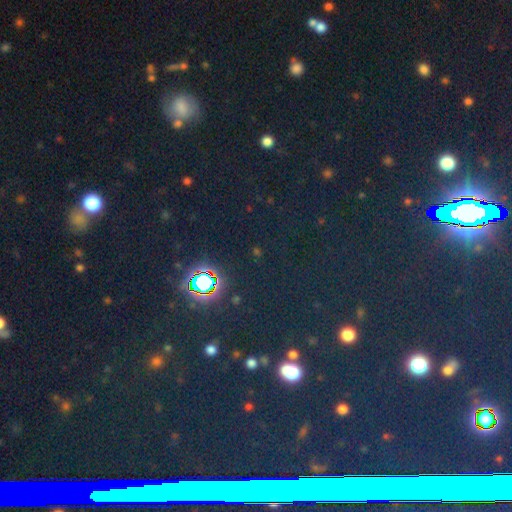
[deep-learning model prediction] This appears to be a star or artifact, not a galaxy (75%).